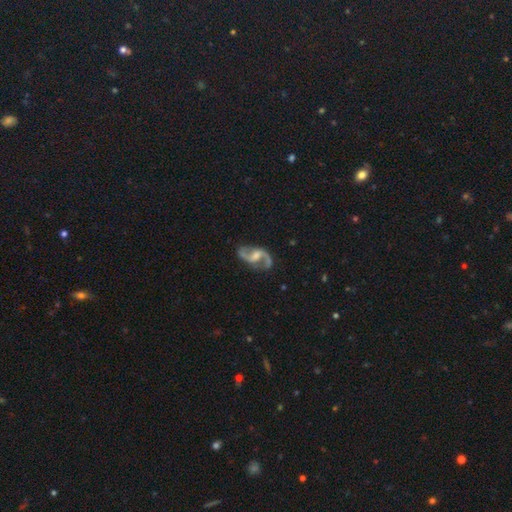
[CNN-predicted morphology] Q: Smooth or featured?
A: featured or disk (90%); runner-up: smooth (5%)
Q: Edge-on disk?
A: no (97%); runner-up: yes (3%)
Q: Bar?
A: weak (50%); runner-up: no (34%)
Q: Spiral arms?
A: yes (97%); runner-up: no (3%)
Q: Spiral winding?
A: loose (54%); runner-up: medium (39%)
Q: Spiral arm count?
A: 2 (93%); runner-up: can't tell (2%)
Q: Bulge size?
A: moderate (43%); runner-up: small (25%)
Q: Merging?
A: none (77%); runner-up: minor disturbance (14%)